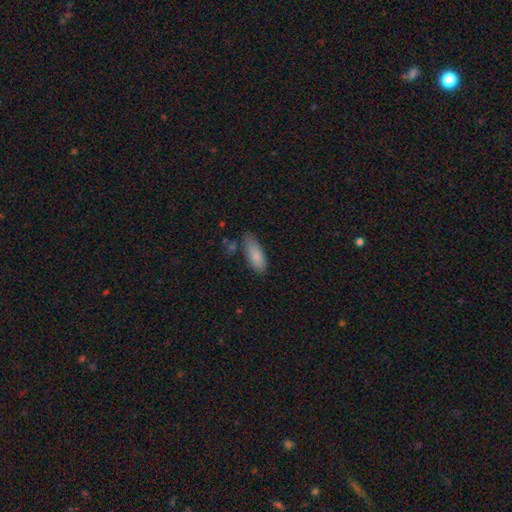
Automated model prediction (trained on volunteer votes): A smooth galaxy with no disk features (85%) that is in between round and cigar-shaped (67%).

Vote fractions:
- Smooth or featured? smooth: 85% / featured or disk: 8% / star or artifact: 7%
- How rounded? in between: 67% / cigar-shaped: 31% / round: 2%
- Merging? none: 64% / minor disturbance: 25% / major disturbance: 6% / merger: 5%